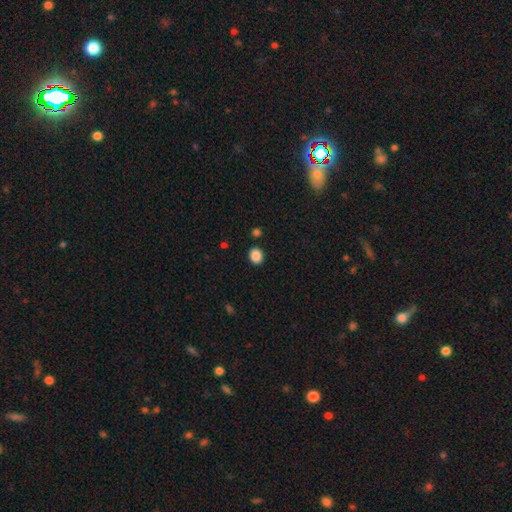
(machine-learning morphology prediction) Smooth or featured? Predicted: smooth (p=0.87). How rounded? Predicted: round (p=0.60). Merging? Predicted: none (p=0.87).